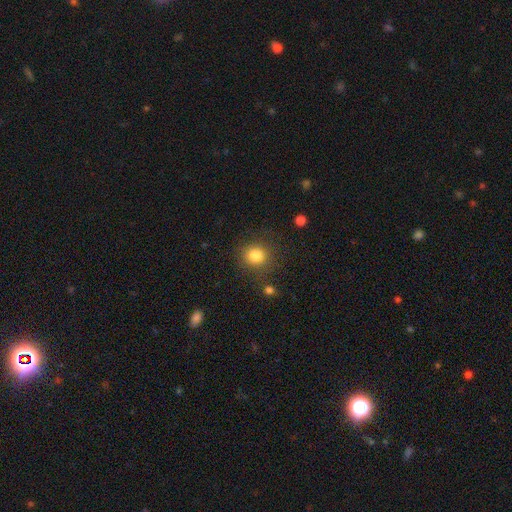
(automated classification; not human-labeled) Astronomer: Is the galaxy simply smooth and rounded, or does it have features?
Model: smooth — 83%.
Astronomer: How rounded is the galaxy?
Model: round — 85%.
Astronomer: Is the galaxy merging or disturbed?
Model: none — 83%.